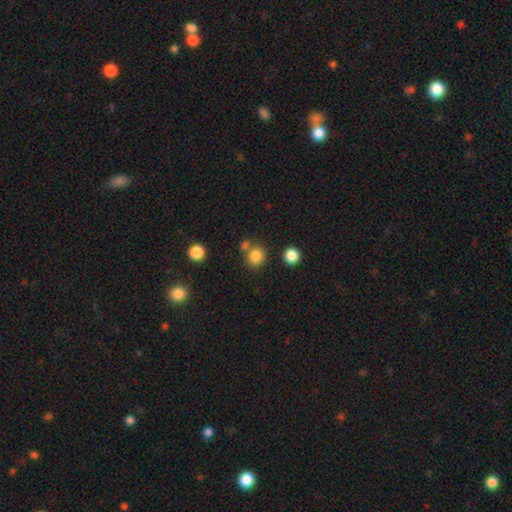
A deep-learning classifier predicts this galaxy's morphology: This appears to be a smooth galaxy with no disk features (82%) that is round (81%). Merging: none (68%).